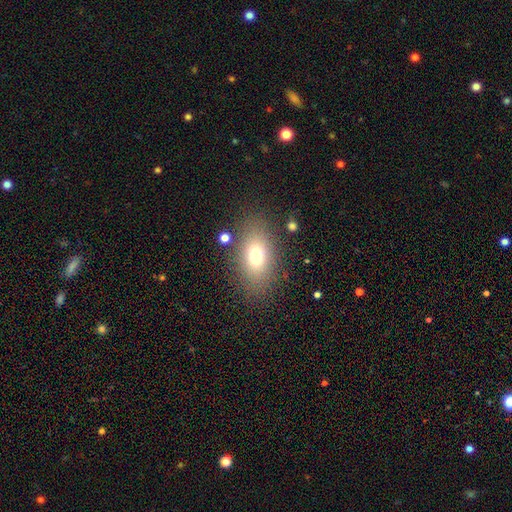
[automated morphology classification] Overall: smooth (72%). How rounded: in between (83%). Merging: none (82%).